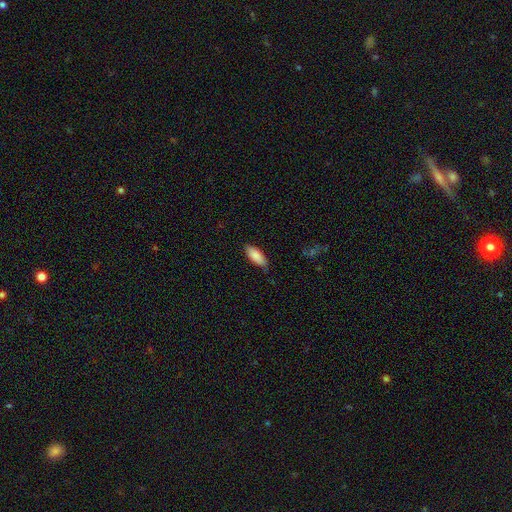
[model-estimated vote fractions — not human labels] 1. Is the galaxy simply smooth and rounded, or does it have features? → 89% smooth, 6% star or artifact, 5% featured or disk.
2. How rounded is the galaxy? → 80% in between, 18% cigar-shaped, 2% round.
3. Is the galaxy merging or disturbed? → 79% none, 17% minor disturbance, 3% major disturbance, 1% merger.